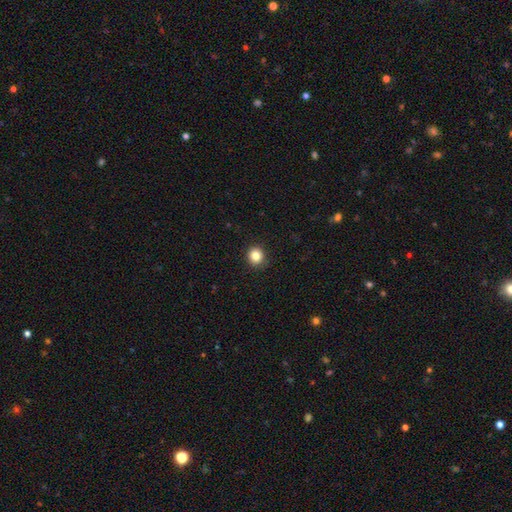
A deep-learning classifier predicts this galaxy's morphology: Smooth or featured?
  - smooth: 84% *
  - star or artifact: 11%
  - featured or disk: 5%
How rounded?
  - round: 90% *
  - in between: 9%
  - cigar-shaped: 1%
Merging?
  - none: 92% *
  - minor disturbance: 6%
  - major disturbance: 2%
  - merger: 1%